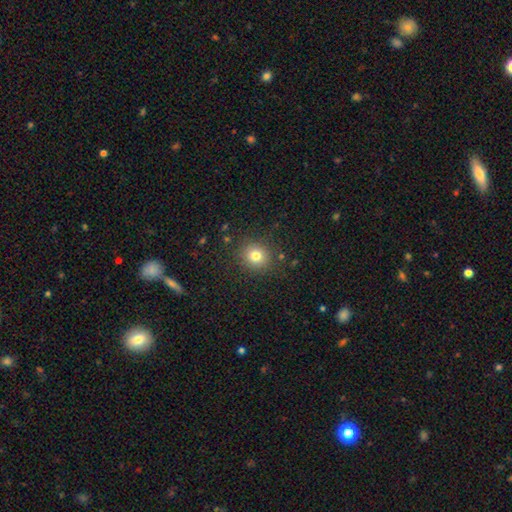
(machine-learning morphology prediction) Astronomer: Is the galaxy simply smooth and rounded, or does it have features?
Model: smooth — 78%.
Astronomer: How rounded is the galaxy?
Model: round — 88%.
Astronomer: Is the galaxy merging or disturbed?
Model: none — 88%.